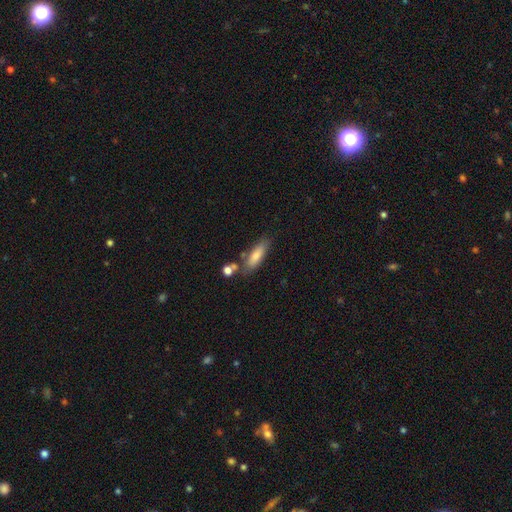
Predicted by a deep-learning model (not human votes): Smooth or featured? smooth (73%)
How rounded? cigar-shaped (52%)
Merging? none (68%)